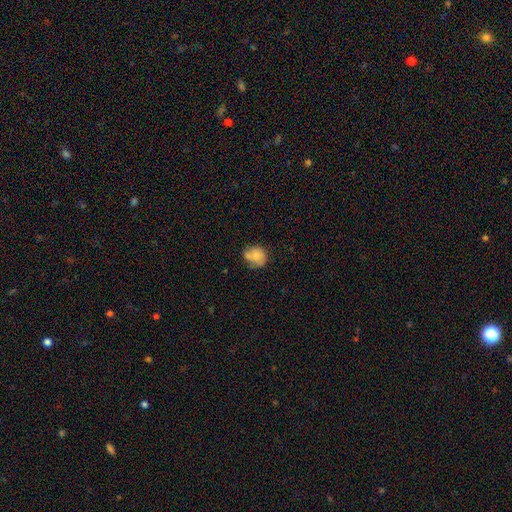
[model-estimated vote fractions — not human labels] Morphology: type=smooth (70%); roundness=round (69%); merging=none (49%).